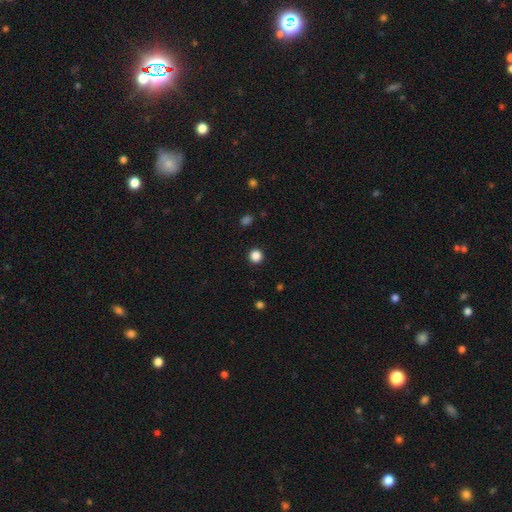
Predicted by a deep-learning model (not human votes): The model was most divided on "smooth or featured": smooth: 85%, star or artifact: 12%, featured or disk: 3%. More confident: how rounded — round (94%); merging — none (93%).